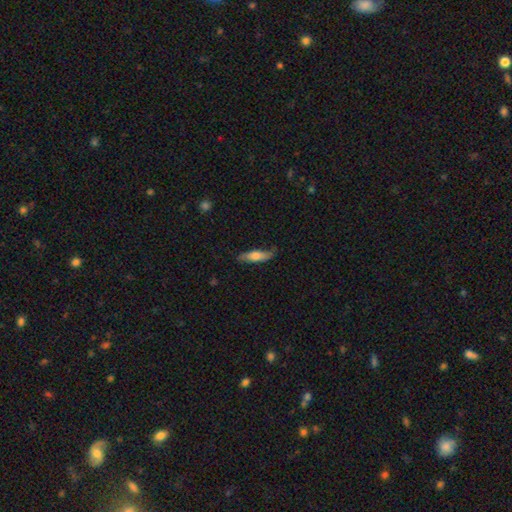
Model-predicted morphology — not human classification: Overall: smooth (59%; featured or disk 35%). How rounded: cigar-shaped (66%; in between 32%). Merging: none (75%).